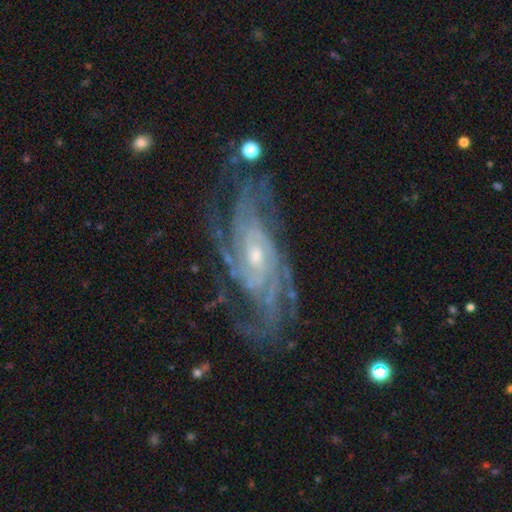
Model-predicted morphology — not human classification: A featured or disk galaxy (90%) with no bar (60%), 4 (29%) tight (62%) spiral arms (98%) and a small central bulge (64%).

Vote fractions:
- Smooth or featured? featured or disk: 90% / star or artifact: 6% / smooth: 4%
- Edge-on disk? no: 94% / yes: 6%
- Bar? no: 60% / weak: 30% / strong: 10%
- Spiral arms? yes: 98% / no: 2%
- Spiral winding? tight: 62% / medium: 32% / loose: 6%
- Spiral arm count? 4: 29% / can't tell: 21% / 3: 19% / more than 4: 12% / 2: 11% / 1: 7%
- Bulge size? small: 64% / moderate: 31% / large: 2% / none: 2% / dominant: 1%
- Merging? none: 73% / minor disturbance: 17% / major disturbance: 8% / merger: 2%